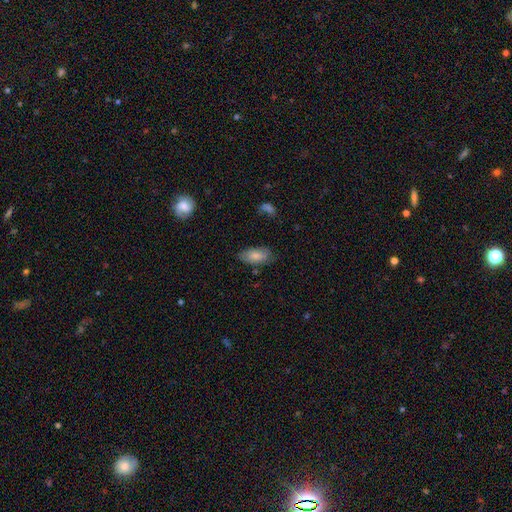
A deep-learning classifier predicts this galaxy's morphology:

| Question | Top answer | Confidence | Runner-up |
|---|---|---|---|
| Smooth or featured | smooth | 78% | featured or disk (15%) |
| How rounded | in between | 90% | cigar-shaped (7%) |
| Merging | none | 72% | minor disturbance (21%) |